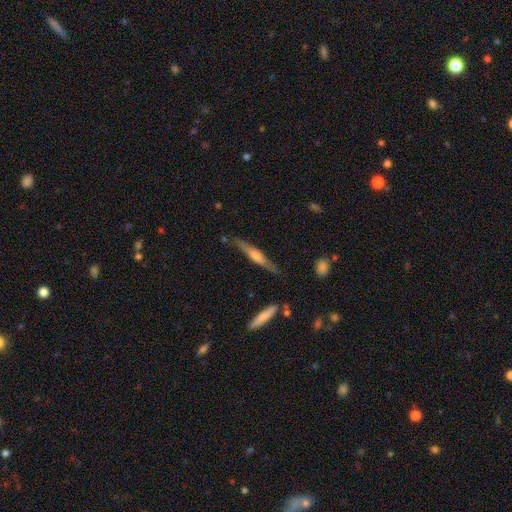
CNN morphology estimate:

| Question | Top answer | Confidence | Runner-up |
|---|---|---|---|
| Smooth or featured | featured or disk | 66% | smooth (28%) |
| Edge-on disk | yes | 97% | no (3%) |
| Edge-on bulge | rounded | 75% | boxy (15%) |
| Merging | none | 83% | minor disturbance (12%) |